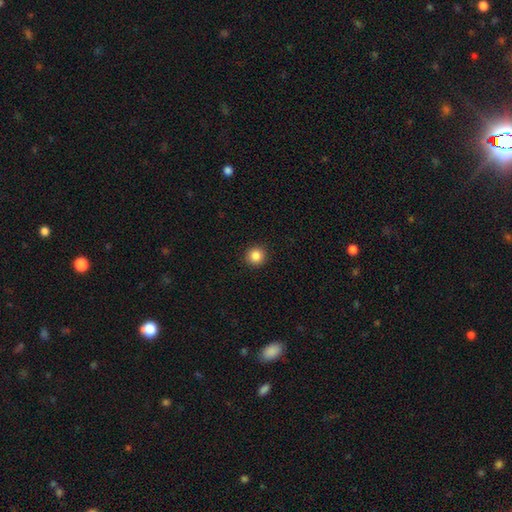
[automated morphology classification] This is clearly a smooth galaxy (86%). How rounded: clearly round (94%). Merging: clearly none (93%).